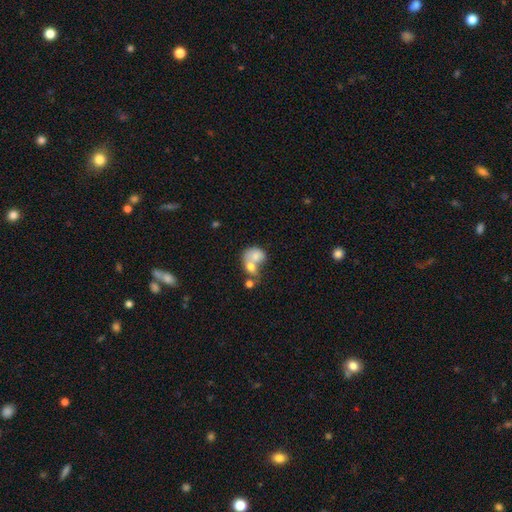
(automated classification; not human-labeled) smooth_or_featured: smooth (p=0.70) [alt: featured or disk p=0.22]
how_rounded: in between (p=0.57) [alt: round p=0.42]
merging: merger (p=0.69) [alt: none p=0.15]